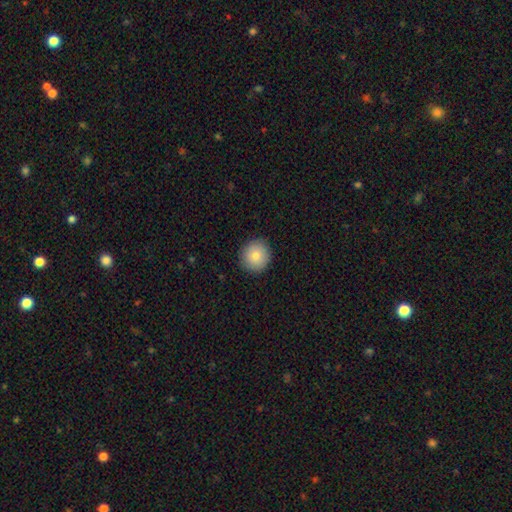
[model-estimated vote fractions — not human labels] This is clearly a smooth galaxy (82%). How rounded: clearly round (92%). Merging: clearly none (90%).